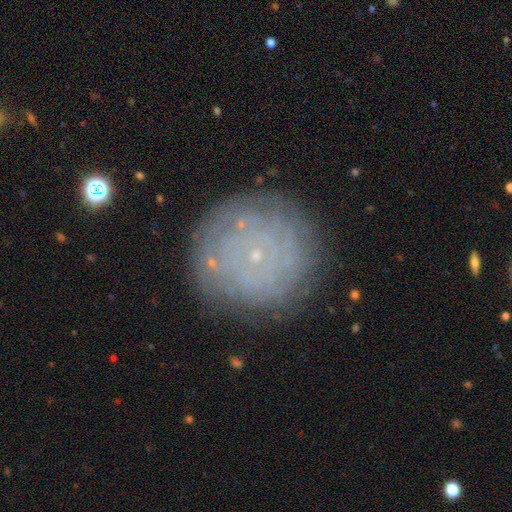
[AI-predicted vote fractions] Smooth or featured? Predicted: featured or disk (p=0.58). Edge-on disk? Predicted: no (p=0.97). Bar? Predicted: no (p=0.89). Spiral arms? Predicted: yes (p=0.70). Bulge size? Predicted: small (p=0.90). Merging? Predicted: none (p=0.84).